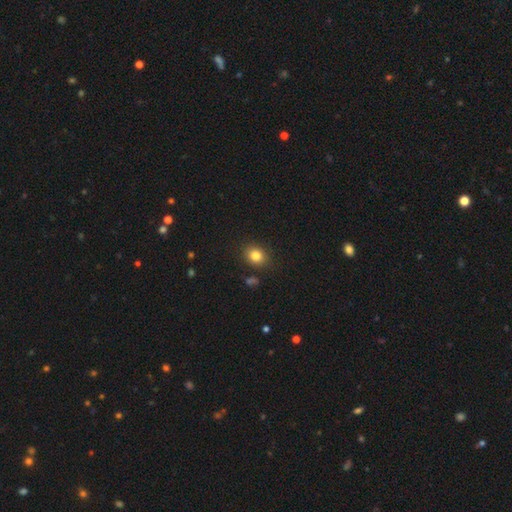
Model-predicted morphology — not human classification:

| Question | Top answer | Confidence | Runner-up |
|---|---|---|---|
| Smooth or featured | smooth | 83% | star or artifact (11%) |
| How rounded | round | 55% | in between (44%) |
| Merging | none | 85% | minor disturbance (10%) |